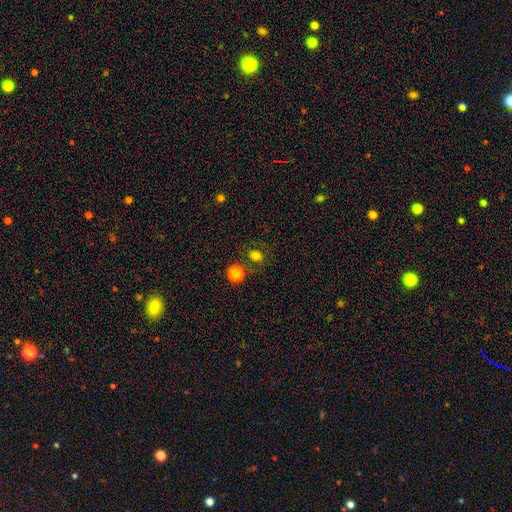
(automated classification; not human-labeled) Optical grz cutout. It shows a smooth galaxy with no disk features (69%) that is round (70%). Merging: none (75%).